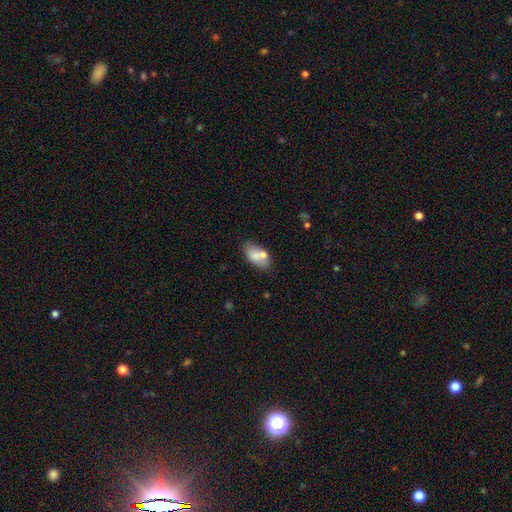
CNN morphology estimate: This is likely a smooth galaxy (71%). How rounded: clearly in between (91%). Merging: possibly none (53%).